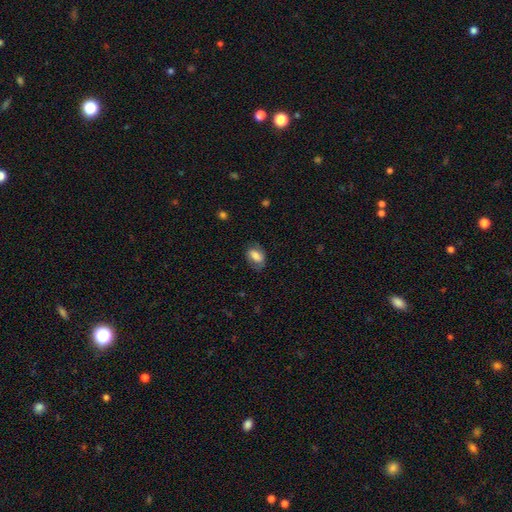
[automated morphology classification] Q: Smooth or featured?
A: smooth (65%); runner-up: featured or disk (28%)
Q: How rounded?
A: in between (87%); runner-up: round (10%)
Q: Merging?
A: none (69%); runner-up: minor disturbance (21%)